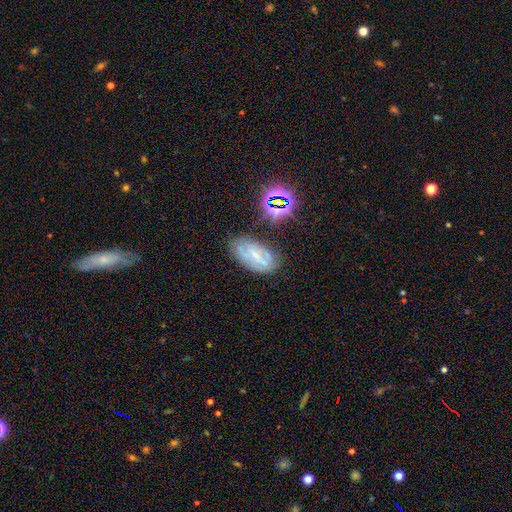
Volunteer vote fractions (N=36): Morphology: type=featured or disk (78%); edge-on=no (96%); bar=strong (41%); spiral arms=yes (67%); winding=tight (39%); arm count=2 (50%); bulge=small (59%); merging=none (76%).